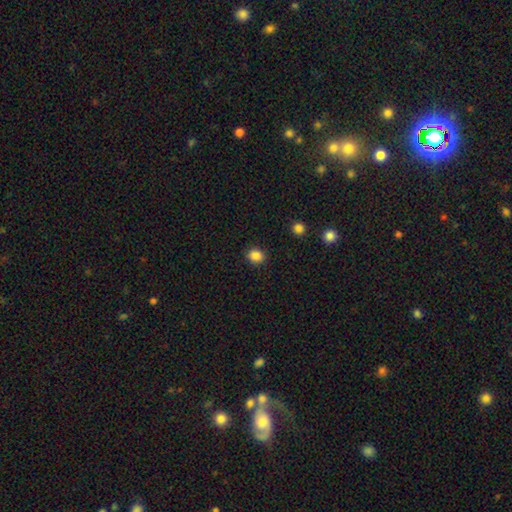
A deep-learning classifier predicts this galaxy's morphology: smooth-or-featured: smooth: 86% | star or artifact: 10% | featured or disk: 4%
  how-rounded: round: 66% | in between: 33% | cigar-shaped: 1%
  merging: none: 90% | minor disturbance: 6% | major disturbance: 2% | merger: 1%